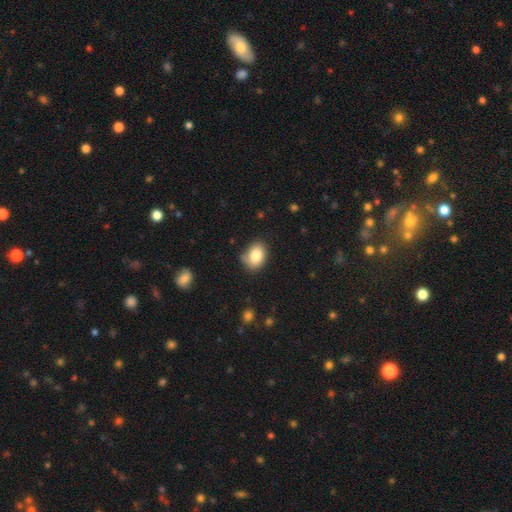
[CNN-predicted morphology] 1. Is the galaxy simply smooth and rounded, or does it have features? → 83% smooth, 9% featured or disk, 9% star or artifact.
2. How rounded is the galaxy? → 69% in between, 30% round, 1% cigar-shaped.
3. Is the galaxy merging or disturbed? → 68% none, 24% minor disturbance, 5% major disturbance, 3% merger.